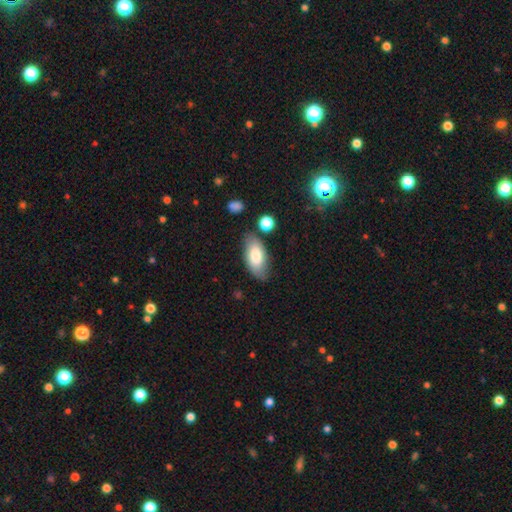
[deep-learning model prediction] The model was most divided on "merging": none: 75%, minor disturbance: 17%, merger: 4%, major disturbance: 4%. More confident: how rounded — in between (90%); smooth or featured — smooth (78%).